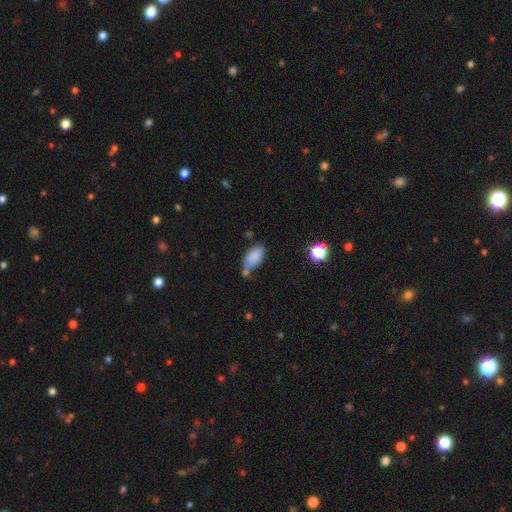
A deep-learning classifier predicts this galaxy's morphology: A smooth galaxy with no disk features (83%) that is in between round and cigar-shaped (92%). Merging: none (58%).